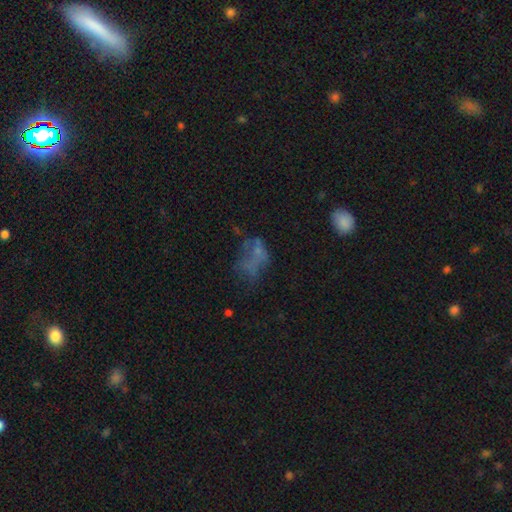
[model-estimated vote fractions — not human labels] smooth_or_featured: smooth (p=0.41) [alt: featured or disk p=0.38]
merging: major disturbance (p=0.36) [alt: none p=0.35]